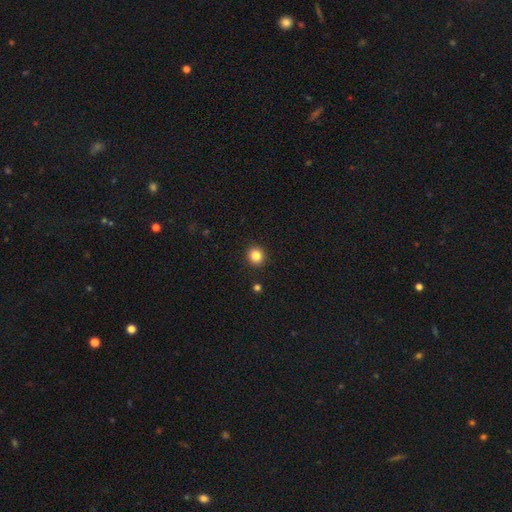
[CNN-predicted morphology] The model was most divided on "smooth or featured": smooth: 84%, star or artifact: 11%, featured or disk: 5%. More confident: merging — none (92%); how rounded — round (89%).